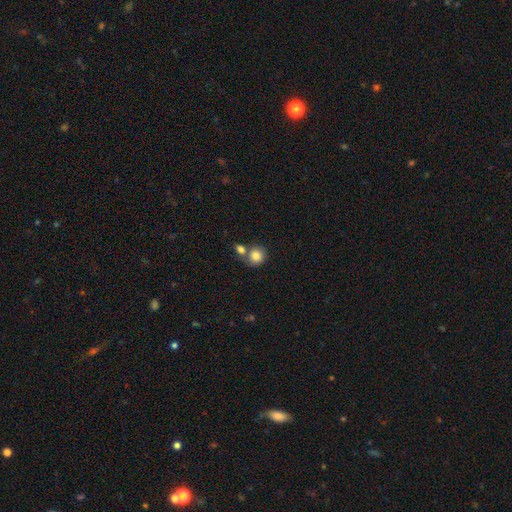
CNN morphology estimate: Overall: smooth (84%). How rounded: round (85%). Merging: none (49%; merger 37%).